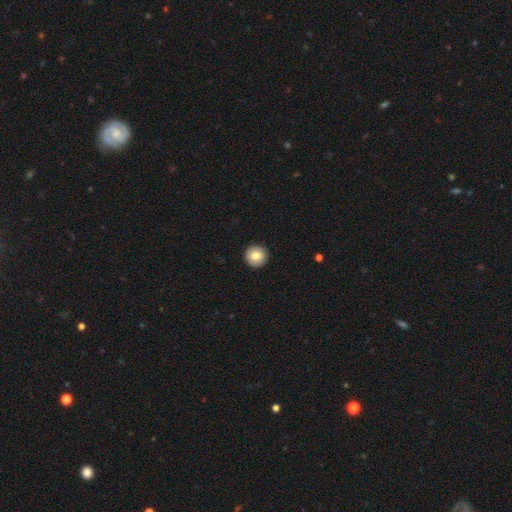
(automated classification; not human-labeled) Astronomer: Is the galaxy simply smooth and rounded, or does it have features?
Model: smooth — 81%.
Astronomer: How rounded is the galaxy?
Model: round — 96%.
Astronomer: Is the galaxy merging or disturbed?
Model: none — 93%.